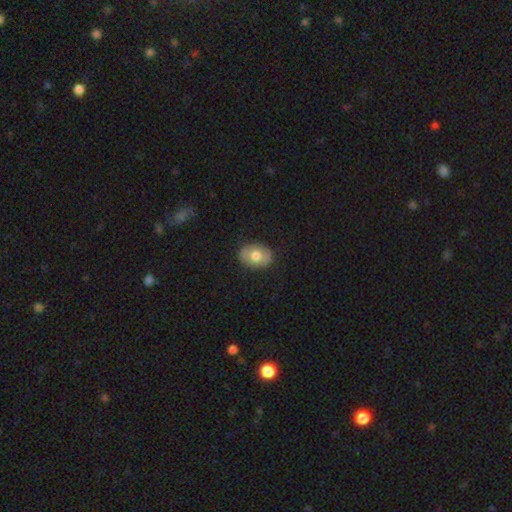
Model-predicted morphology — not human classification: A smooth galaxy with no disk features (69%) that is in between round and cigar-shaped (67%).

Vote fractions:
- Smooth or featured? smooth: 69% / featured or disk: 25% / star or artifact: 7%
- How rounded? in between: 67% / round: 31% / cigar-shaped: 1%
- Merging? none: 85% / minor disturbance: 11% / major disturbance: 3% / merger: 1%